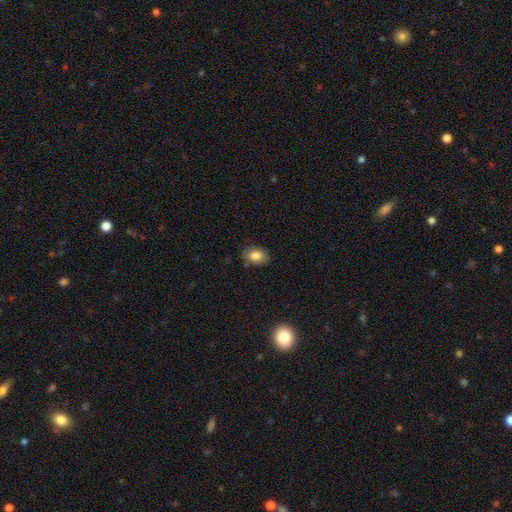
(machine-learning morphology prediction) Q: Smooth or featured?
A: smooth (82%); runner-up: star or artifact (9%)
Q: How rounded?
A: in between (75%); runner-up: round (24%)
Q: Merging?
A: none (82%); runner-up: minor disturbance (14%)